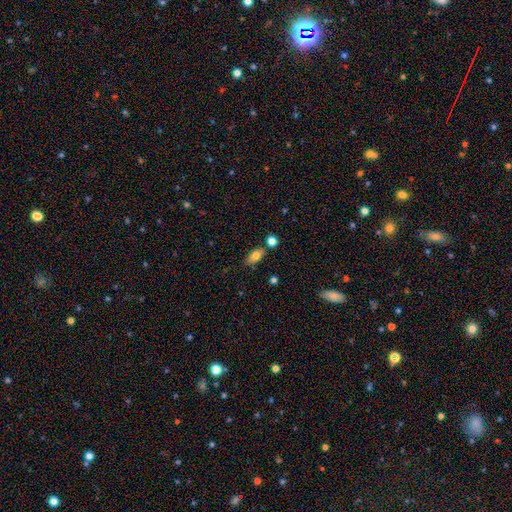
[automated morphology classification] A smooth galaxy with no disk features (75%) that is in between round and cigar-shaped (82%). Merging: none (69%).